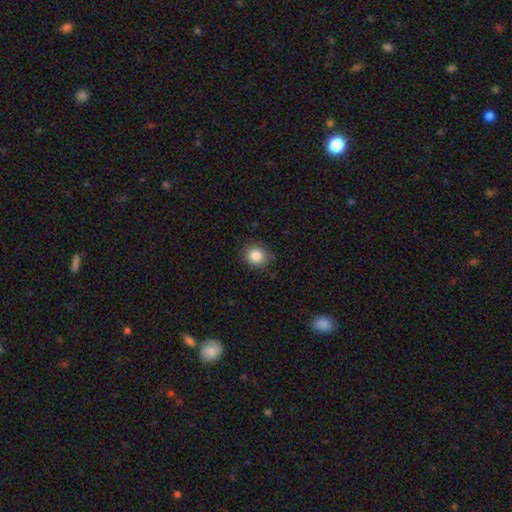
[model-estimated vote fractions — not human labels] A smooth galaxy with no disk features (85%) that is round (82%).

Vote fractions:
- Smooth or featured? smooth: 85% / star or artifact: 10% / featured or disk: 5%
- How rounded? round: 82% / in between: 17% / cigar-shaped: 1%
- Merging? none: 84% / minor disturbance: 12% / major disturbance: 3% / merger: 1%